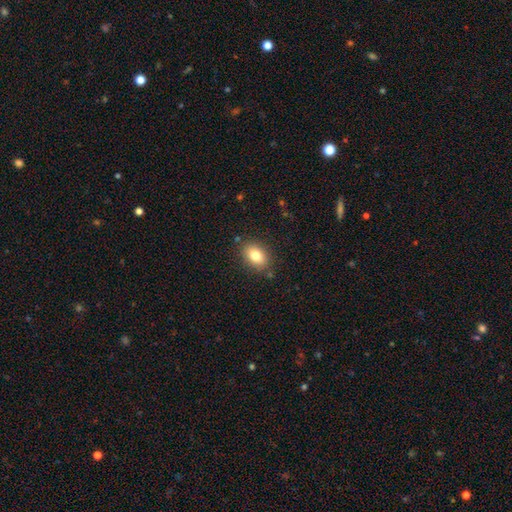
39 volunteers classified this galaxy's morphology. smooth-or-featured: smooth: 64% | featured or disk: 26% | star or artifact: 10%
  how-rounded: in between: 84% | round: 16% | cigar-shaped: 0%
  merging: none: 83% | minor disturbance: 14% | merger: 3% | major disturbance: 0%